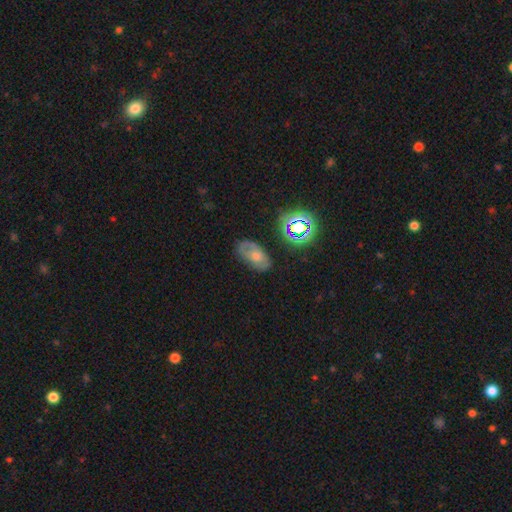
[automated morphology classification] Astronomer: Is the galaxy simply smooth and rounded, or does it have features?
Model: smooth — 45% (runner-up: featured or disk, 41%).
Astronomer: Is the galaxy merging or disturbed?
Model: none — 66%.